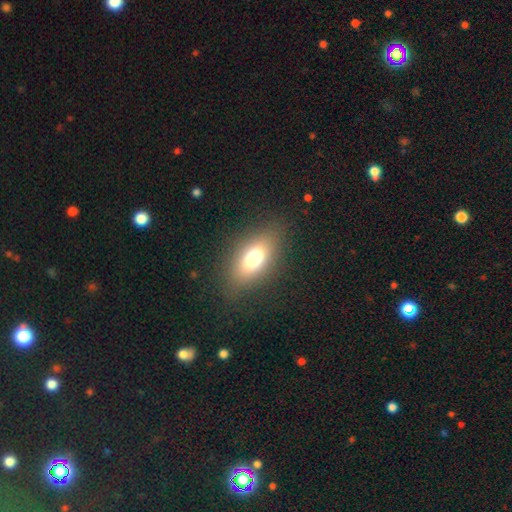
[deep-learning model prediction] Q: Smooth or featured?
A: smooth (71%); runner-up: featured or disk (18%)
Q: How rounded?
A: in between (82%); runner-up: cigar-shaped (10%)
Q: Merging?
A: none (83%); runner-up: minor disturbance (11%)